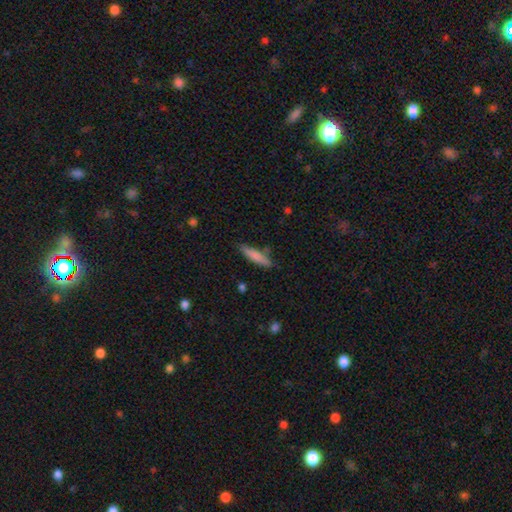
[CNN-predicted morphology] type=smooth (79%); roundness=cigar-shaped (81%); merging=none (77%).